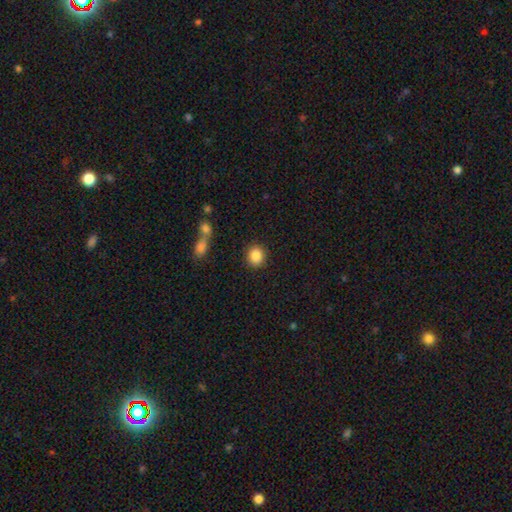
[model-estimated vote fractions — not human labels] smooth_or_featured: smooth (p=0.87) [alt: star or artifact p=0.08]
how_rounded: round (p=0.78) [alt: in between p=0.21]
merging: none (p=0.87) [alt: minor disturbance p=0.07]